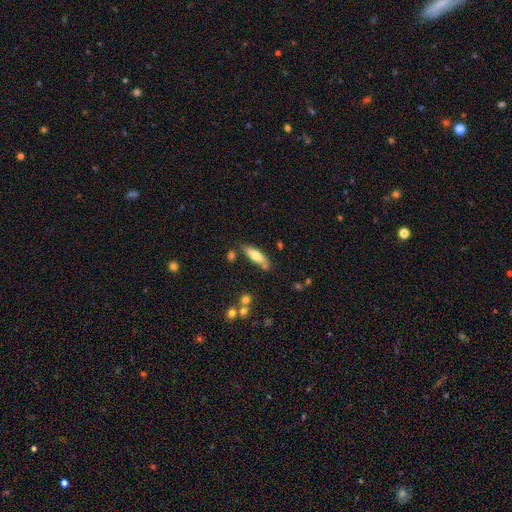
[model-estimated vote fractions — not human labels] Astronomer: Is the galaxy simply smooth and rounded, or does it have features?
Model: smooth — 68%.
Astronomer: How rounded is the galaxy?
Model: cigar-shaped — 51% (runner-up: in between, 47%).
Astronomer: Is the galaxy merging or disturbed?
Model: none — 73%.